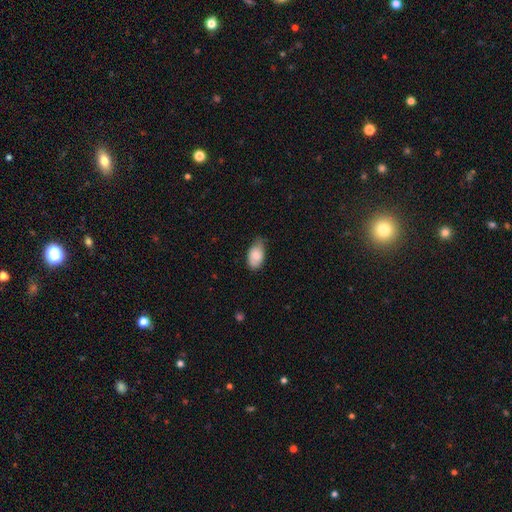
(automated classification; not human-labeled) smooth-or-featured: smooth: 82% | featured or disk: 11% | star or artifact: 6%
  how-rounded: in between: 93% | round: 5% | cigar-shaped: 2%
  merging: none: 54% | minor disturbance: 38% | major disturbance: 6% | merger: 1%